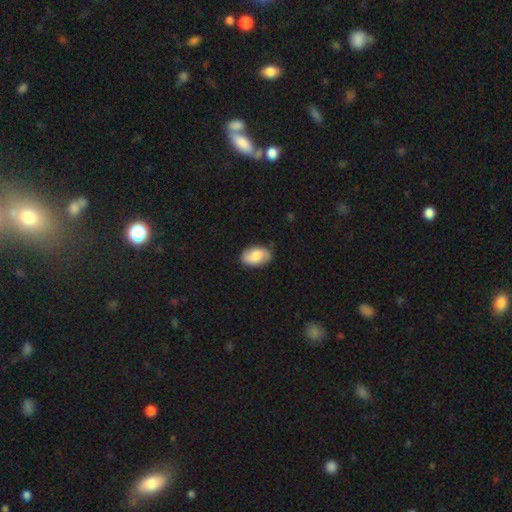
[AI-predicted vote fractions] Overall: smooth (65%; featured or disk 28%). How rounded: in between (92%). Merging: none (78%).